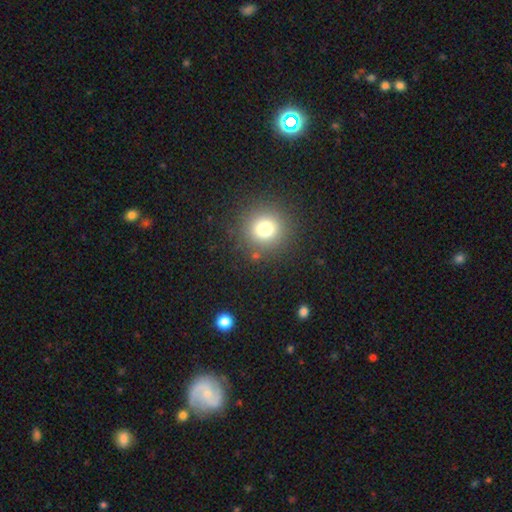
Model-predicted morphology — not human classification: Smooth or featured: smooth — 60% (star or artifact — 30%)
How rounded: round — 95% (in between — 4%)
Merging: none — 91% (minor disturbance — 5%)